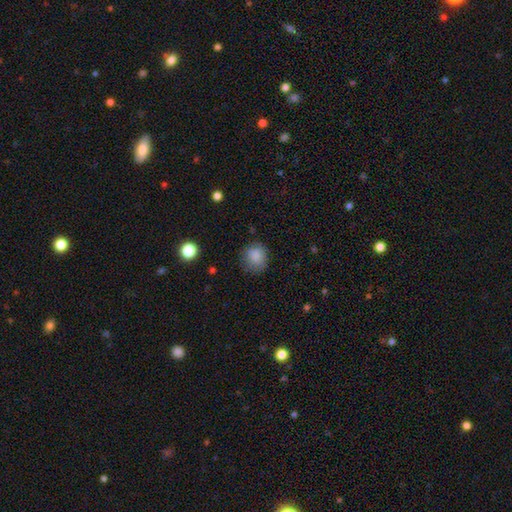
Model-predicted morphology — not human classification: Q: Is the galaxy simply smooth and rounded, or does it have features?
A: smooth — 85%.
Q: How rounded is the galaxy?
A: round — 77%.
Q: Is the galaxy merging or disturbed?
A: none — 74%.